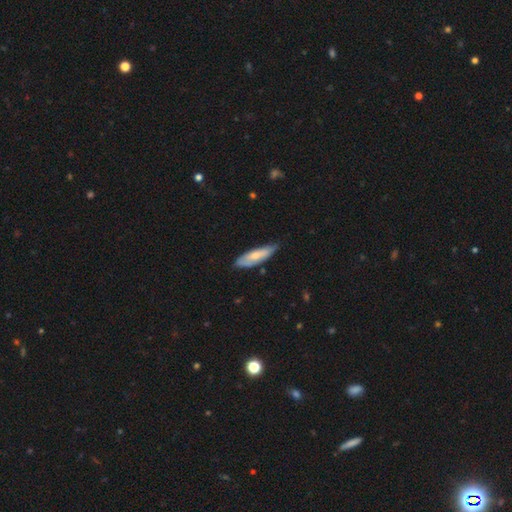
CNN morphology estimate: A smooth galaxy with no disk features (64%) that is cigar-shaped (53%).

Vote fractions:
- Smooth or featured? smooth: 64% / featured or disk: 31% / star or artifact: 5%
- How rounded? cigar-shaped: 53% / in between: 45% / round: 2%
- Merging? none: 61% / minor disturbance: 32% / major disturbance: 5% / merger: 2%